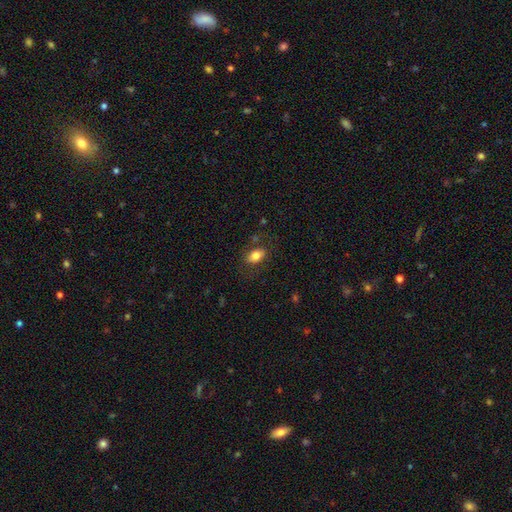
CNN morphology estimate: Smooth or featured: smooth — 80% (featured or disk — 12%)
How rounded: in between — 88% (round — 9%)
Merging: none — 78% (minor disturbance — 14%)